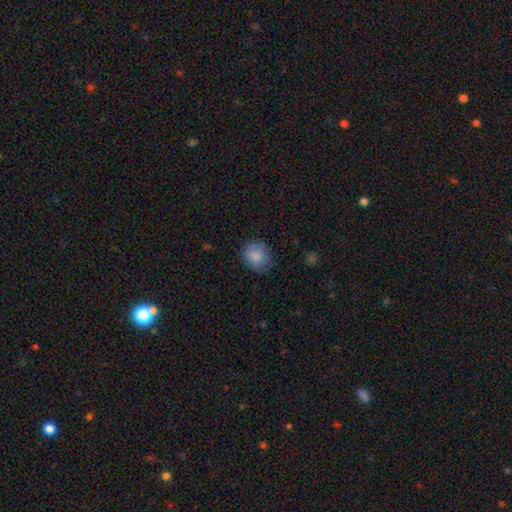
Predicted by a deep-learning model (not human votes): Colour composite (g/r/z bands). It shows a smooth galaxy with no disk features (85%) that is round (69%). Merging: none (76%).